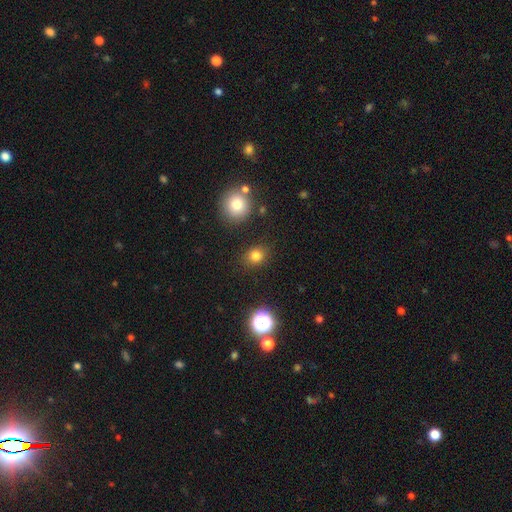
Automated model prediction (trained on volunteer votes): smooth 79%, star or artifact 15%, featured or disk 5%. Down the decision tree: how rounded — round (65%); merging — none (86%).